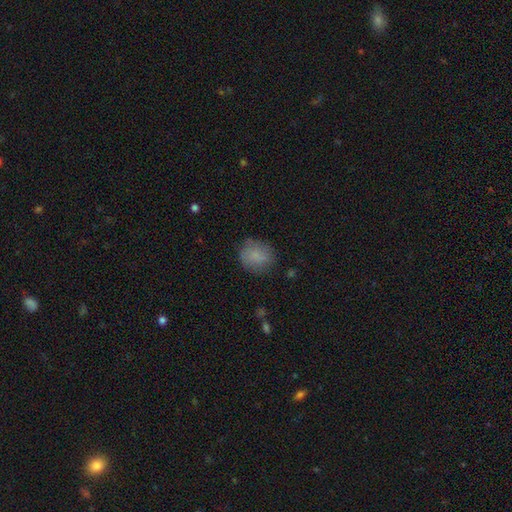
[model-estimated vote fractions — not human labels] A smooth galaxy with no disk features (80%) that is round (75%). Merging: none (76%).